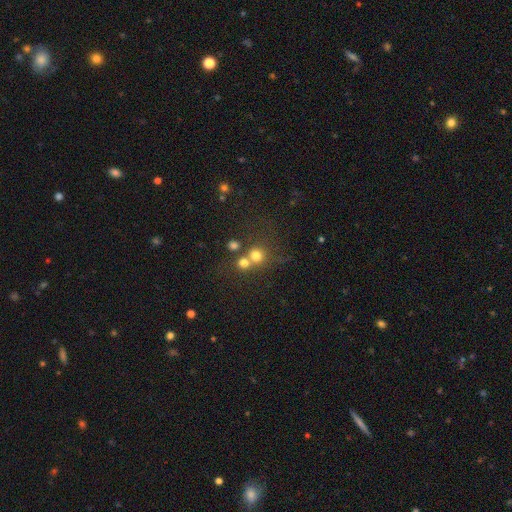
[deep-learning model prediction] smooth_or_featured: smooth (p=0.72) [alt: star or artifact p=0.17]
how_rounded: round (p=0.88) [alt: in between p=0.11]
merging: none (p=0.47) [alt: merger p=0.42]